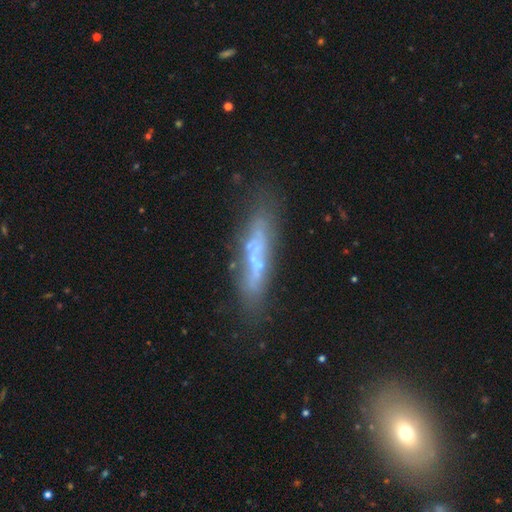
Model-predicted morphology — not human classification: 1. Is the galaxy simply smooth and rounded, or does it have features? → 55% featured or disk, 34% smooth, 11% star or artifact.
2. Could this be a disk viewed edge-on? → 58% yes, 42% no.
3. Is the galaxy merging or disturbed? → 68% none, 17% minor disturbance, 8% major disturbance, 7% merger.